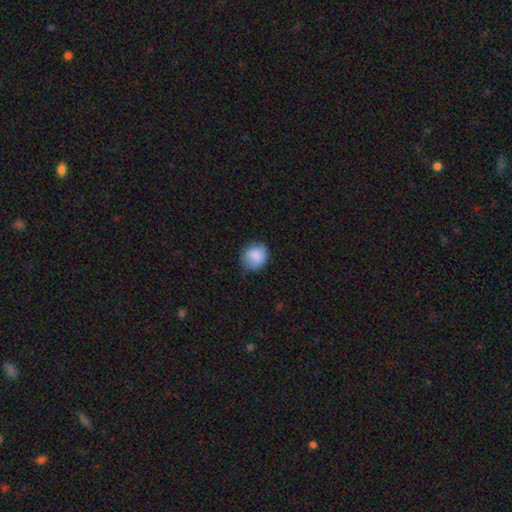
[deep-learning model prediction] Smooth or featured? Predicted: smooth (p=0.86). How rounded? Predicted: round (p=0.76). Merging? Predicted: none (p=0.74).